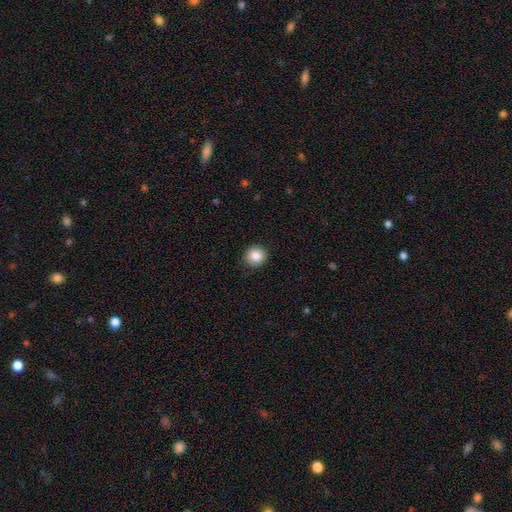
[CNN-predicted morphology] Smooth or featured? Predicted: smooth (p=0.86). How rounded? Predicted: round (p=0.89). Merging? Predicted: none (p=0.91).